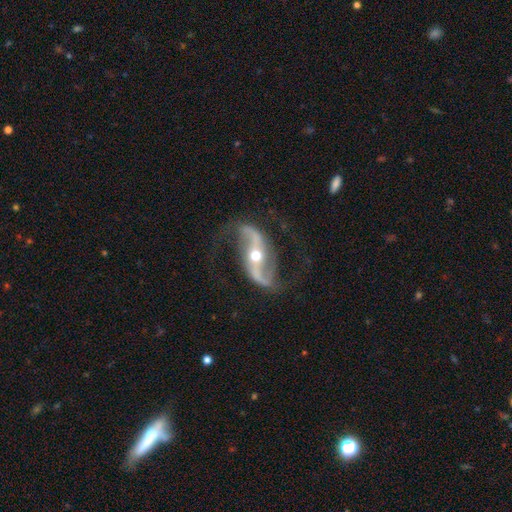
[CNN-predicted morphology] Overall: featured or disk (91%). Edge-on disk: no (95%). Bar: strong (45%; no 29%). Spiral arms: yes (96%). Spiral arm count: 2 (94%). Spiral winding: loose (76%). Bulge size: moderate (74%). Merging: none (75%).